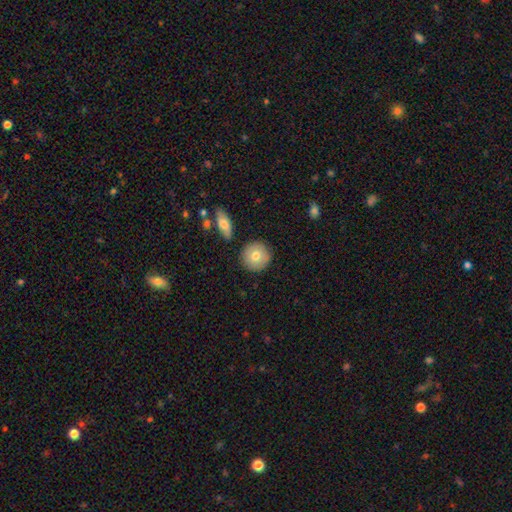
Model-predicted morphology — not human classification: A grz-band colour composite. It shows a smooth galaxy with no disk features (77%) that is round (93%). Merging: none (87%).